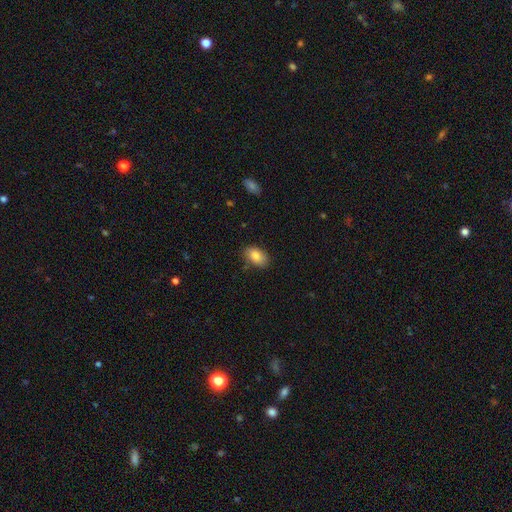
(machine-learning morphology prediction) Overall: smooth (84%). How rounded: in between (89%). Merging: none (83%).